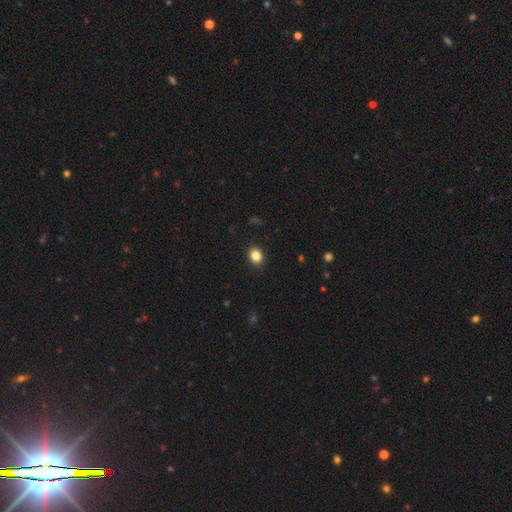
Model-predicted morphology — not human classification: Smooth or featured?
  - smooth: 85% *
  - star or artifact: 10%
  - featured or disk: 4%
How rounded?
  - round: 56% *
  - in between: 43%
  - cigar-shaped: 1%
Merging?
  - none: 91% *
  - minor disturbance: 7%
  - major disturbance: 2%
  - merger: 1%